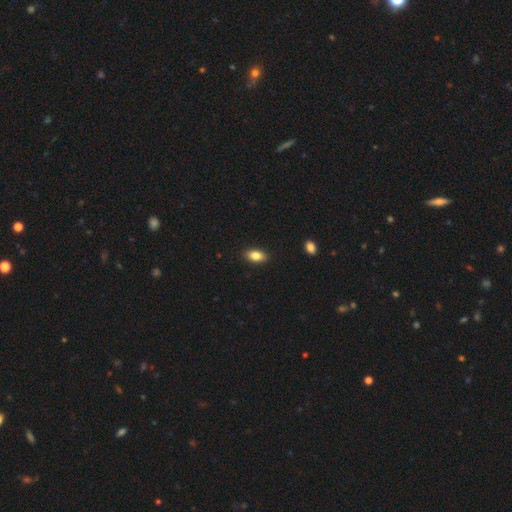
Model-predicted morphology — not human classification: Smooth or featured? smooth (83%)
How rounded? in between (90%)
Merging? none (89%)